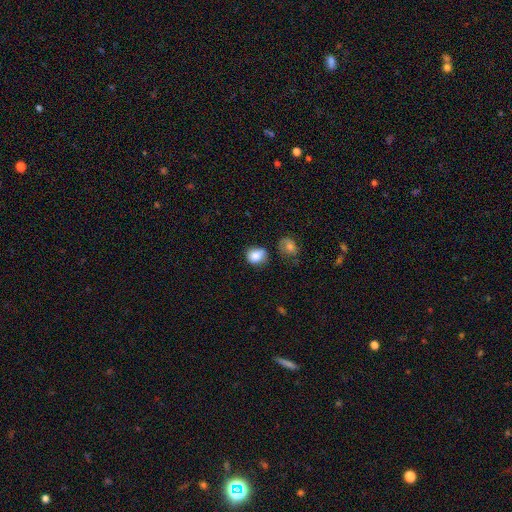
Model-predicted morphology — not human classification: smooth_or_featured: smooth (p=0.82) [alt: featured or disk p=0.10]
how_rounded: round (p=0.61) [alt: in between p=0.38]
merging: none (p=0.51) [alt: minor disturbance p=0.29]